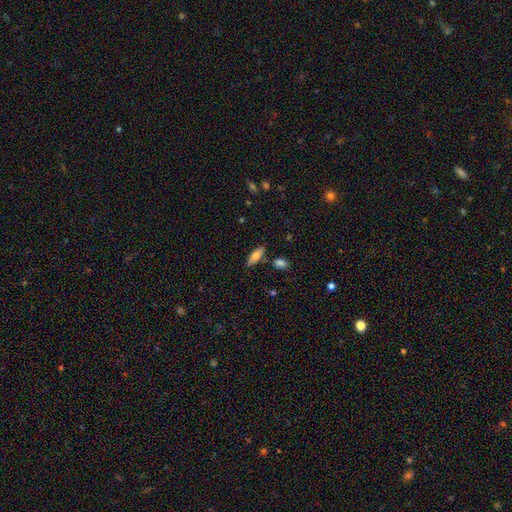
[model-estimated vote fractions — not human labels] Overall: smooth (67%). How rounded: in between (62%; cigar-shaped 36%). Merging: none (81%).